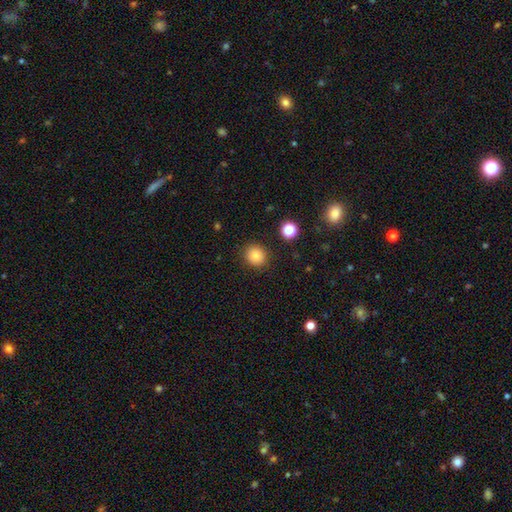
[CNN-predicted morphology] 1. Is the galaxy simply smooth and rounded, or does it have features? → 83% smooth, 11% star or artifact, 6% featured or disk.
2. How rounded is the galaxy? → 85% round, 14% in between, 1% cigar-shaped.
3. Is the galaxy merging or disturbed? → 89% none, 7% minor disturbance, 2% major disturbance, 1% merger.